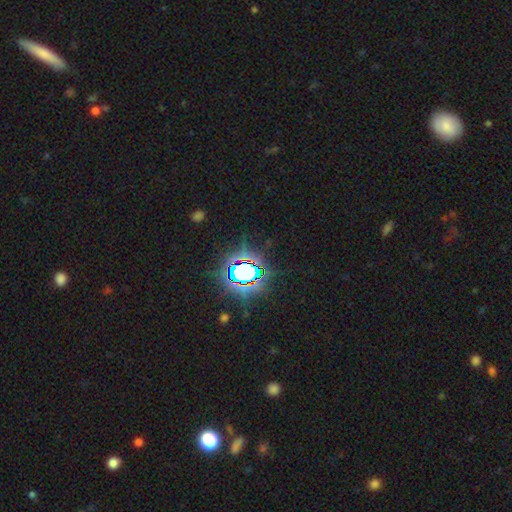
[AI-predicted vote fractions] smooth-or-featured: star or artifact: 80% | smooth: 12% | featured or disk: 8%